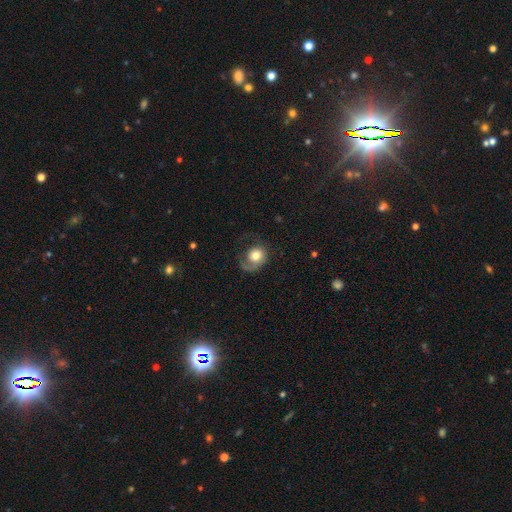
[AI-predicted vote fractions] smooth-or-featured: smooth: 52% | featured or disk: 40% | star or artifact: 8%
  how-rounded: round: 69% | in between: 30% | cigar-shaped: 1%
  merging: none: 42% | major disturbance: 35% | minor disturbance: 21% | merger: 2%